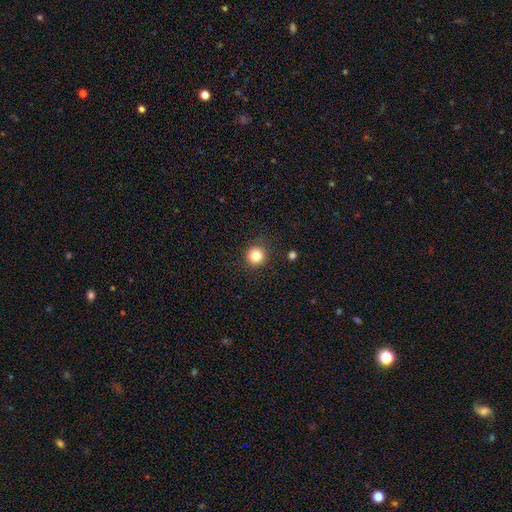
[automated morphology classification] This is clearly a smooth galaxy (84%). How rounded: clearly round (95%). Merging: clearly none (91%).